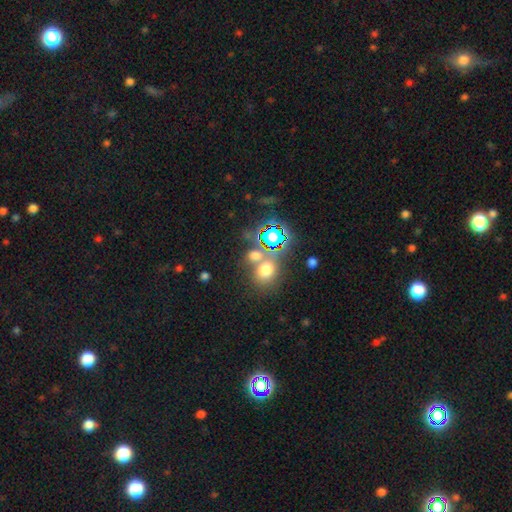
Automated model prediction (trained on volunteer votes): A smooth galaxy with no disk features (60%) that is round (62%).

Vote fractions:
- Smooth or featured? smooth: 60% / star or artifact: 31% / featured or disk: 9%
- How rounded? round: 62% / in between: 37% / cigar-shaped: 2%
- Merging? none: 55% / merger: 32% / minor disturbance: 9% / major disturbance: 5%